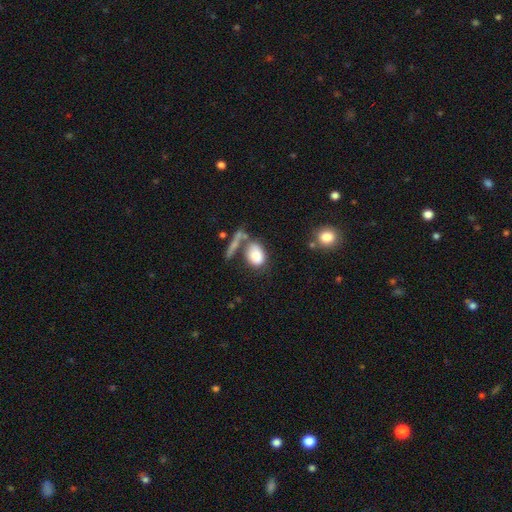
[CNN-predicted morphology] type=smooth (81%); roundness=in between (81%); merging=none (46%).